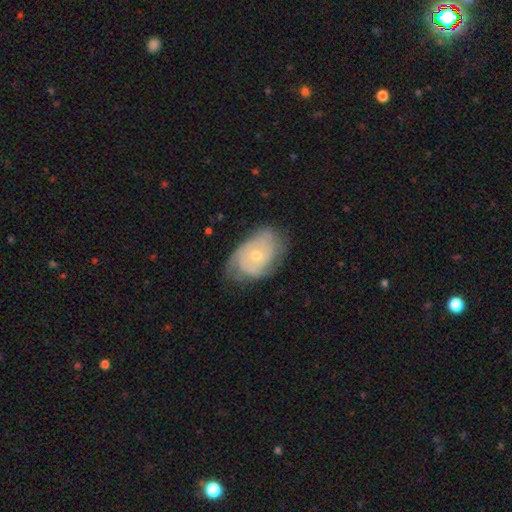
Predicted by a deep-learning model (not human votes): Smooth or featured?
  - featured or disk: 75% *
  - smooth: 19%
  - star or artifact: 6%
Edge-on disk?
  - no: 96% *
  - yes: 4%
Bar?
  - no: 74% *
  - weak: 23%
  - strong: 3%
Spiral arms?
  - yes: 90% *
  - no: 10%
Spiral winding?
  - tight: 60% *
  - medium: 31%
  - loose: 9%
Spiral arm count?
  - can't tell: 36% *
  - 2: 25%
  - 3: 23%
  - 4: 7%
  - 1: 5%
  - more than 4: 4%
Bulge size?
  - small: 55% *
  - moderate: 41%
  - large: 1%
  - none: 1%
  - dominant: 1%
Merging?
  - none: 62% *
  - minor disturbance: 27%
  - major disturbance: 10%
  - merger: 1%